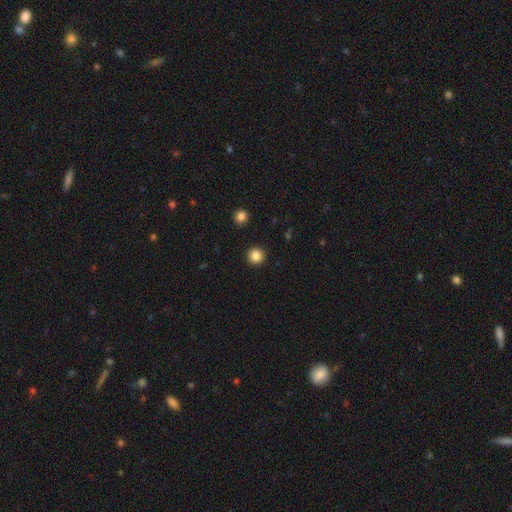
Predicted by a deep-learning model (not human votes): Q: Smooth or featured?
A: smooth (85%); runner-up: star or artifact (11%)
Q: How rounded?
A: round (95%); runner-up: in between (4%)
Q: Merging?
A: none (93%); runner-up: minor disturbance (4%)